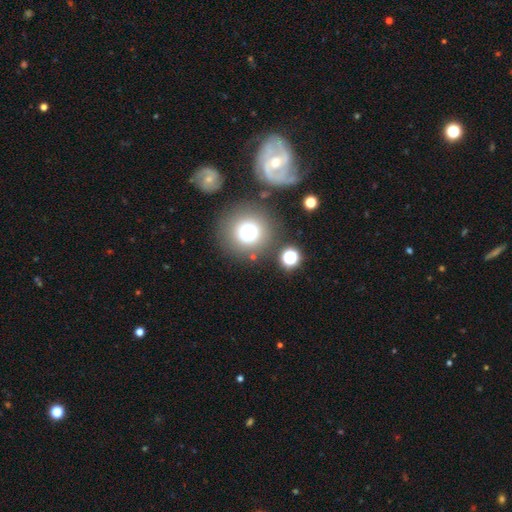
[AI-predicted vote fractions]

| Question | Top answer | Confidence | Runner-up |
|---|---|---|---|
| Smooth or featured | smooth | 42% | featured or disk (32%) |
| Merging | none | 72% | merger (12%) |